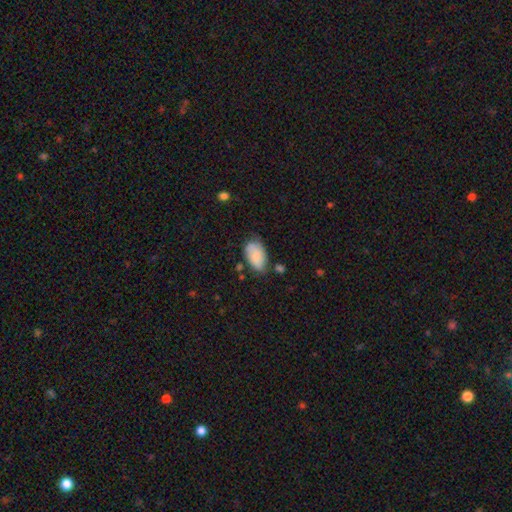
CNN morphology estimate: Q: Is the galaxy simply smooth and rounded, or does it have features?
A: smooth — 84%.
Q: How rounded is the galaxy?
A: in between — 94%.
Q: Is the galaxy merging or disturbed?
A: none — 62%.